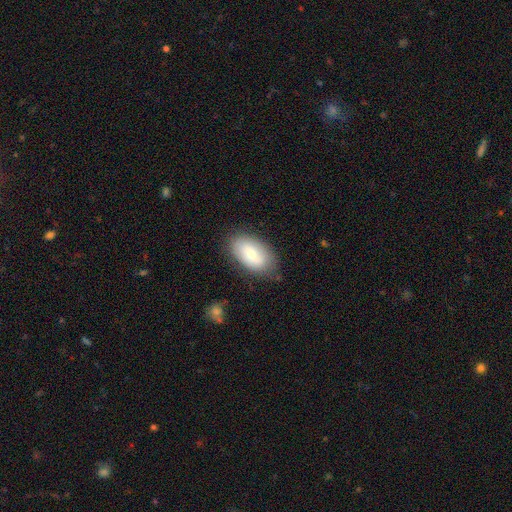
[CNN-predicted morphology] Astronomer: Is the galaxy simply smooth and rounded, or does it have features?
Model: smooth — 64%.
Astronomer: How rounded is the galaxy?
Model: in between — 92%.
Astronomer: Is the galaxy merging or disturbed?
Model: none — 79%.